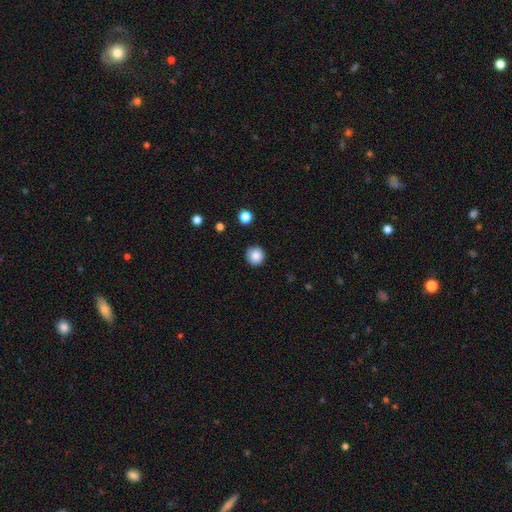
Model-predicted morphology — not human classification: A smooth galaxy with no disk features (87%) that is round (95%). Merging: none (91%).